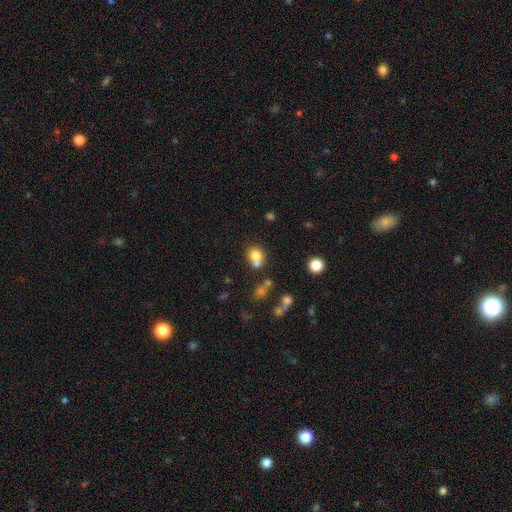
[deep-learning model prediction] Smooth or featured: smooth — 74% (star or artifact — 13%)
How rounded: round — 75% (in between — 24%)
Merging: none — 45% (merger — 42%)